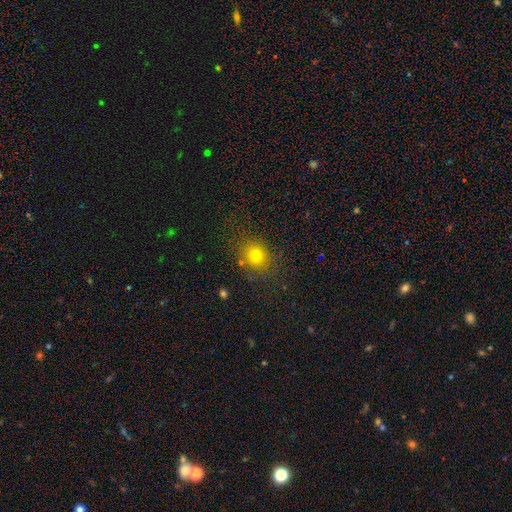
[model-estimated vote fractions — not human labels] Smooth or featured? Predicted: smooth (p=0.73). How rounded? Predicted: round (p=0.72). Merging? Predicted: none (p=0.80).